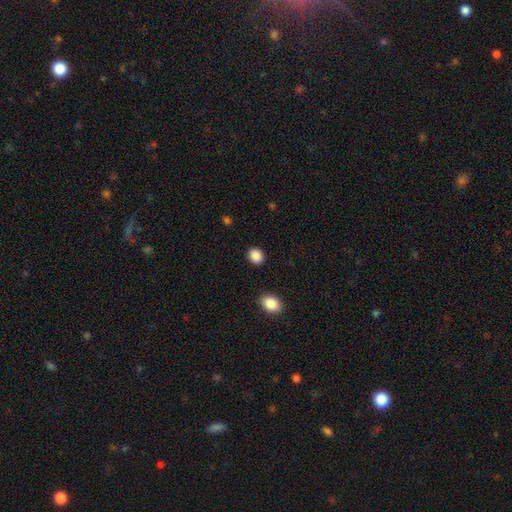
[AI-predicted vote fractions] Overall: smooth (89%). How rounded: round (59%; in between 40%). Merging: none (89%).